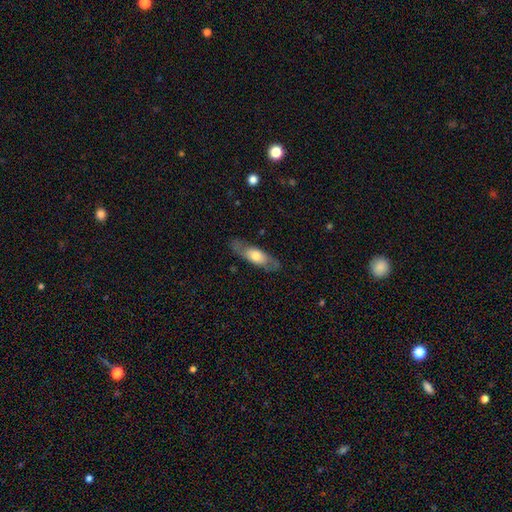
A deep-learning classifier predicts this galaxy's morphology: The model was most divided on "smooth or featured": featured or disk: 48%, smooth: 46%, star or artifact: 6%. More confident: merging — none (80%).